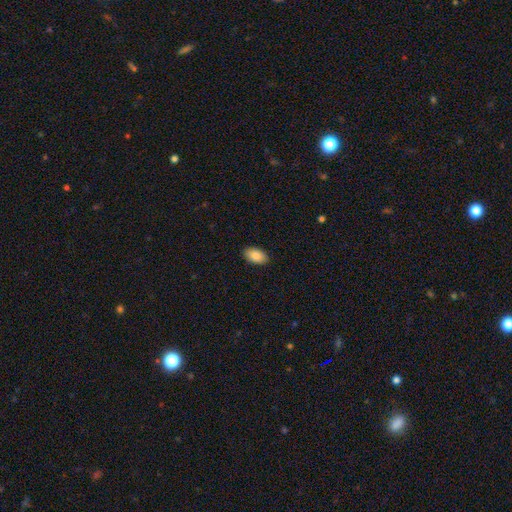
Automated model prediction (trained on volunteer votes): Q: Smooth or featured?
A: smooth (88%); runner-up: star or artifact (7%)
Q: How rounded?
A: in between (94%); runner-up: round (5%)
Q: Merging?
A: none (90%); runner-up: minor disturbance (7%)